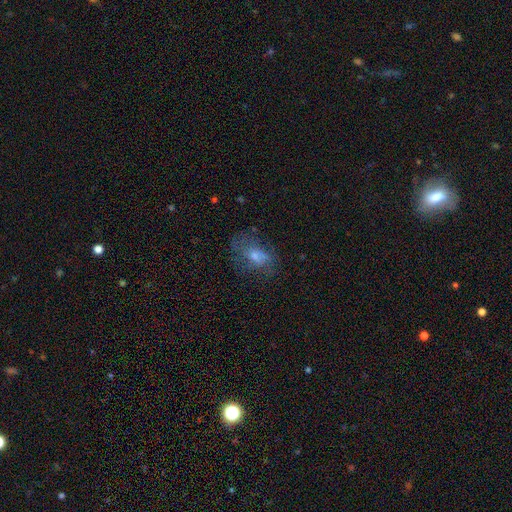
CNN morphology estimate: smooth-or-featured: smooth: 49% | featured or disk: 36% | star or artifact: 15%
  merging: none: 52% | minor disturbance: 24% | major disturbance: 22% | merger: 2%